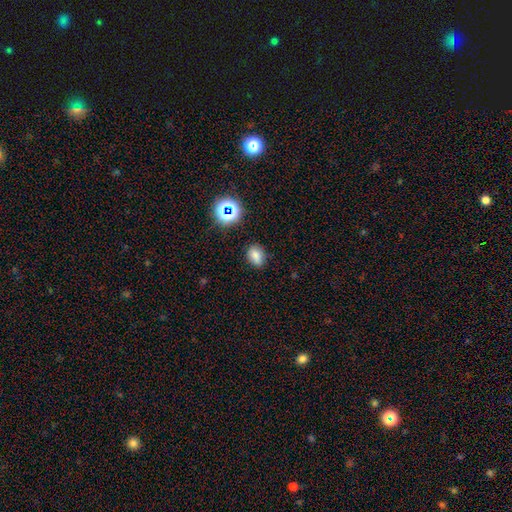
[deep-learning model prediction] Q: Smooth or featured?
A: smooth (75%); runner-up: star or artifact (17%)
Q: How rounded?
A: in between (69%); runner-up: round (29%)
Q: Merging?
A: none (80%); runner-up: minor disturbance (14%)